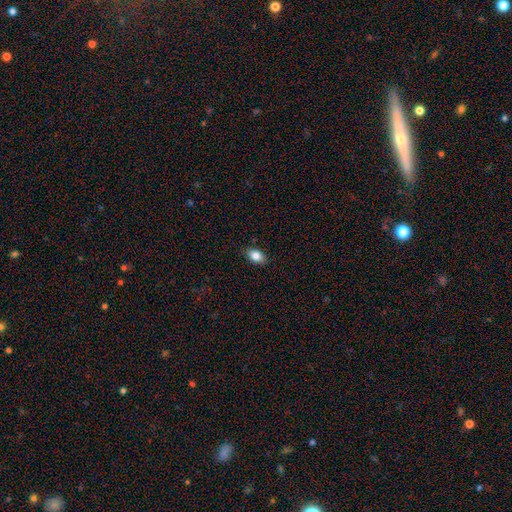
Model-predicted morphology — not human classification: Smooth or featured: smooth — 84% (star or artifact — 8%)
How rounded: in between — 89% (round — 10%)
Merging: none — 87% (minor disturbance — 10%)